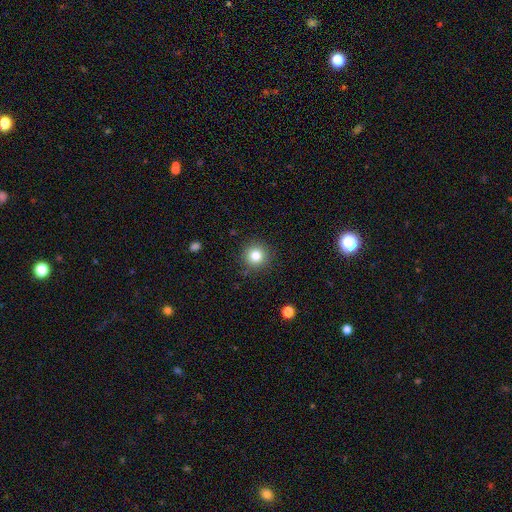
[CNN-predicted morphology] smooth_or_featured: smooth (p=0.81) [alt: star or artifact p=0.12]
how_rounded: round (p=0.94) [alt: in between p=0.05]
merging: none (p=0.89) [alt: minor disturbance p=0.07]